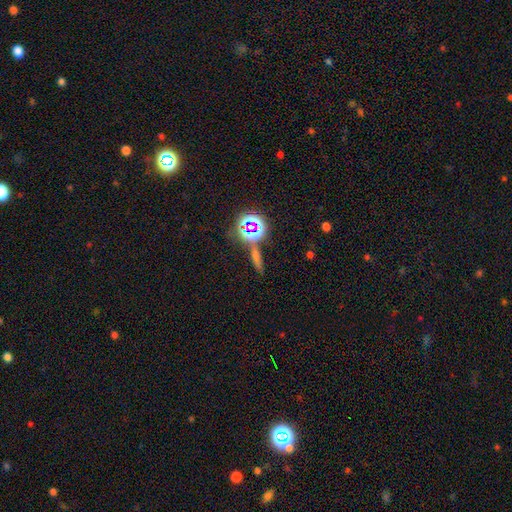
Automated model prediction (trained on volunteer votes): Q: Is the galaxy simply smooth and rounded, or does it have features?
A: star or artifact — 47%.